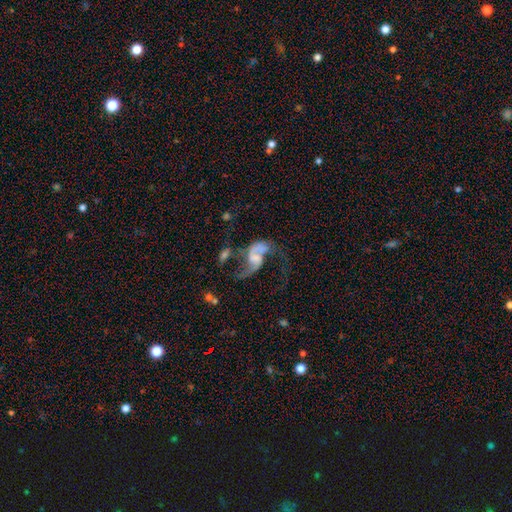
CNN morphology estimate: Smooth or featured?
  - featured or disk: 81% *
  - smooth: 11%
  - star or artifact: 8%
Edge-on disk?
  - no: 97% *
  - yes: 3%
Bar?
  - no: 47% *
  - weak: 40%
  - strong: 13%
Spiral arms?
  - yes: 89% *
  - no: 11%
Spiral winding?
  - loose: 77% *
  - medium: 19%
  - tight: 4%
Spiral arm count?
  - 2: 86% *
  - 1: 8%
  - can't tell: 3%
  - 3: 1%
  - 4: 1%
  - more than 4: 1%
Bulge size?
  - none: 34% *
  - small: 30%
  - moderate: 25%
  - large: 9%
  - dominant: 2%
Merging?
  - major disturbance: 35% *
  - none: 29%
  - merger: 21%
  - minor disturbance: 15%